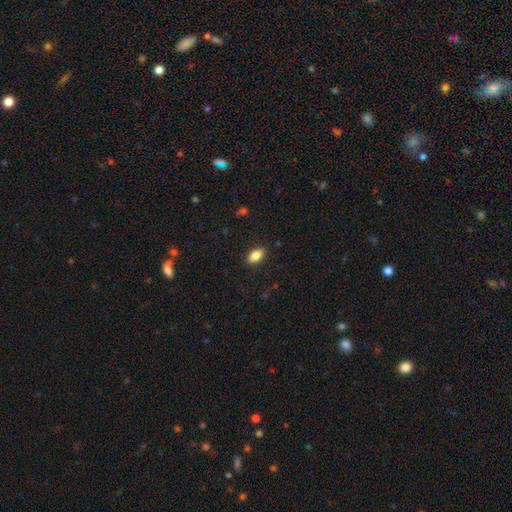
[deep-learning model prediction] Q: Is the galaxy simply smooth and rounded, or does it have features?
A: smooth — 84%.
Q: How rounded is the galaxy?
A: in between — 90%.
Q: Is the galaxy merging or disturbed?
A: none — 88%.